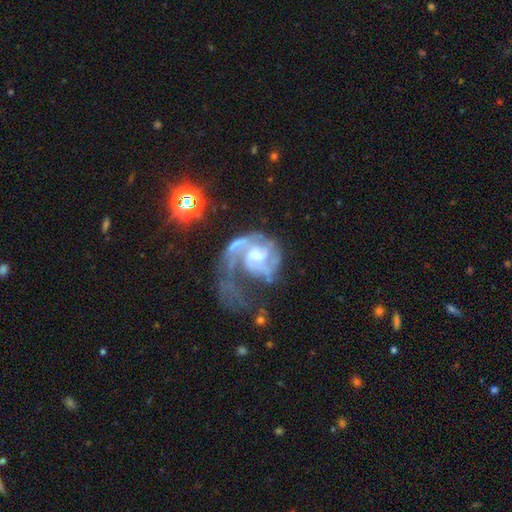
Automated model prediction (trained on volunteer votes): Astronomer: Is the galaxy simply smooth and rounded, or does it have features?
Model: featured or disk — 83%.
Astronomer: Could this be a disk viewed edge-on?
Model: no — 98%.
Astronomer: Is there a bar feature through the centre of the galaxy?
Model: no — 53% (runner-up: weak, 39%).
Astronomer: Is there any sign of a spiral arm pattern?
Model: yes — 91%.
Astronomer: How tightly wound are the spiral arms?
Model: medium — 41% (runner-up: tight, 31%).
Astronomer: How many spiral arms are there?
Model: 2 — 33% (runner-up: 1, 30%).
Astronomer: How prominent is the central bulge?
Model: moderate — 51%.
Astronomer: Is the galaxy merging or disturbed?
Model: major disturbance — 56%.